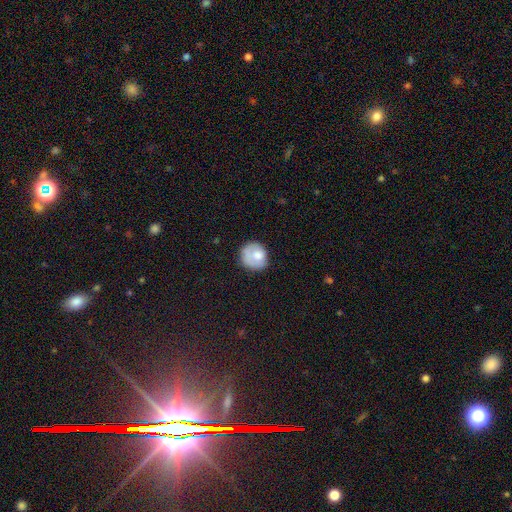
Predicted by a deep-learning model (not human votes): Overall: smooth (70%). How rounded: round (80%). Merging: none (61%; minor disturbance 25%).